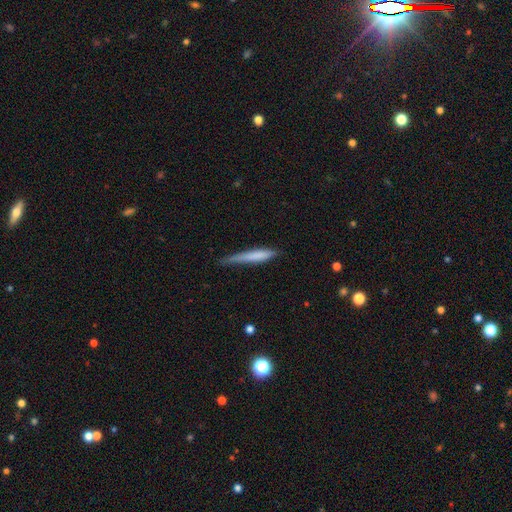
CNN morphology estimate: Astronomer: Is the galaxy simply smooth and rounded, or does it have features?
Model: smooth — 69%.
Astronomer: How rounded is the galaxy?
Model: cigar-shaped — 93%.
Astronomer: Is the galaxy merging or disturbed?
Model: none — 56% (runner-up: minor disturbance, 34%).